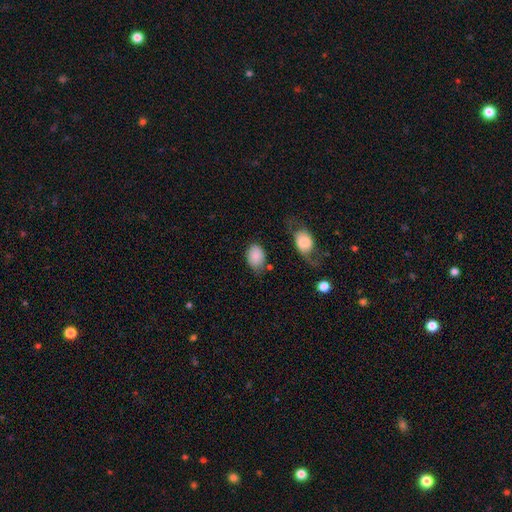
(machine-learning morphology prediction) Smooth or featured? Predicted: smooth (p=0.85). How rounded? Predicted: in between (p=0.76). Merging? Predicted: none (p=0.63).